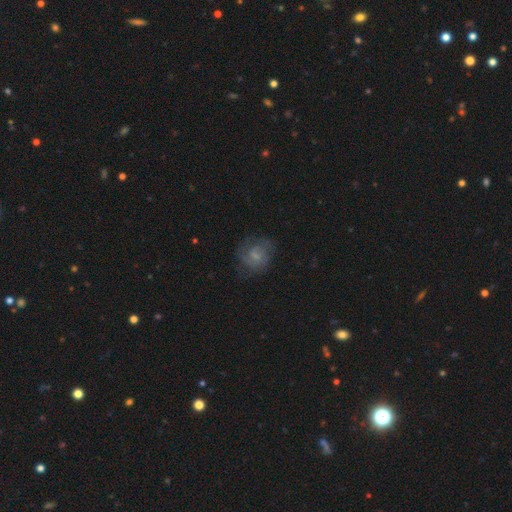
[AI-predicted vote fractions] smooth-or-featured: featured or disk: 50% | smooth: 40% | star or artifact: 10%
  merging: none: 63% | minor disturbance: 21% | major disturbance: 15% | merger: 1%